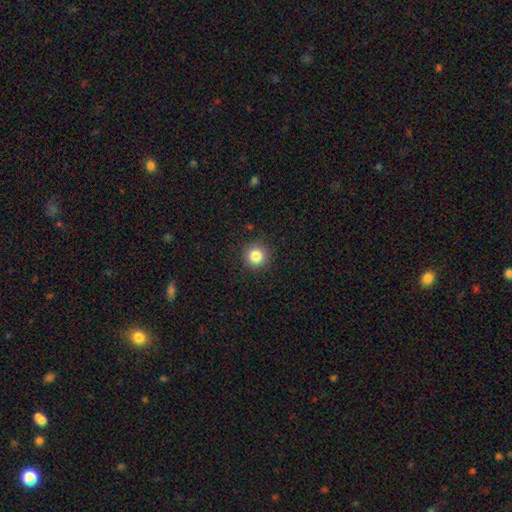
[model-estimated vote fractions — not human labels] Smooth or featured? Predicted: smooth (p=0.83). How rounded? Predicted: round (p=0.95). Merging? Predicted: none (p=0.91).